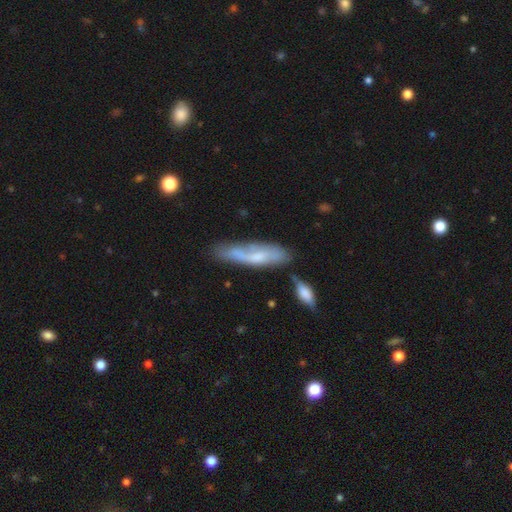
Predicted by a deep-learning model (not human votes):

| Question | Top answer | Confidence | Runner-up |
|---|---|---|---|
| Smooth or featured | smooth | 49% | featured or disk (44%) |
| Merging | none | 51% | minor disturbance (26%) |